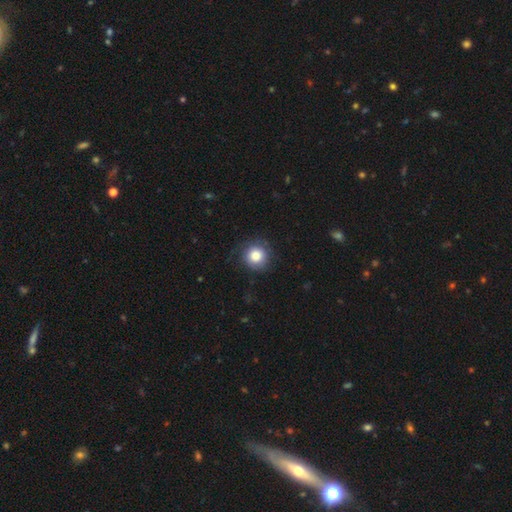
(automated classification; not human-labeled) A smooth galaxy with no disk features (84%) that is round (93%). Merging: none (81%).